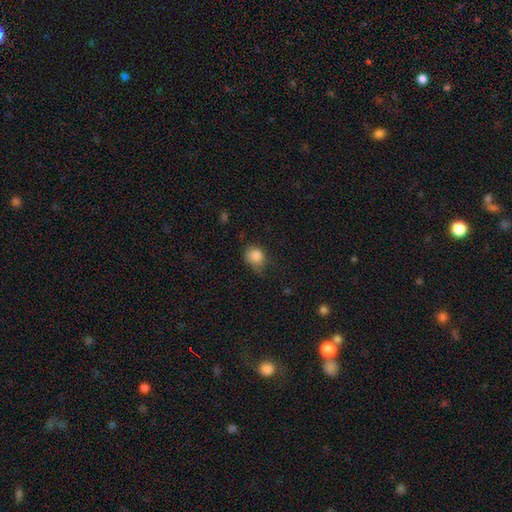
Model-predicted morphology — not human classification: Smooth or featured? smooth (85%)
How rounded? round (65%)
Merging? none (51%)